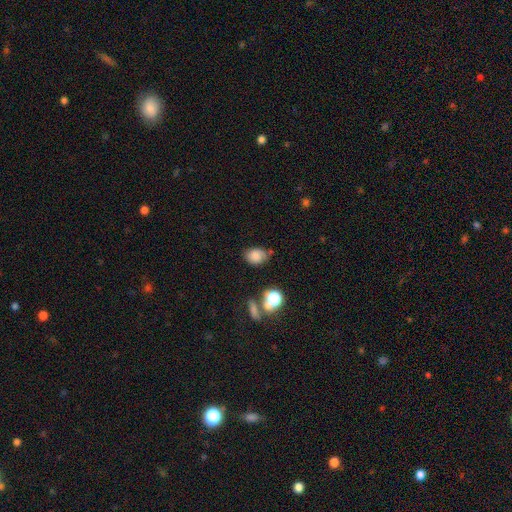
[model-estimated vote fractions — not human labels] Overall: smooth (79%). How rounded: in between (72%). Merging: none (57%; minor disturbance 27%).